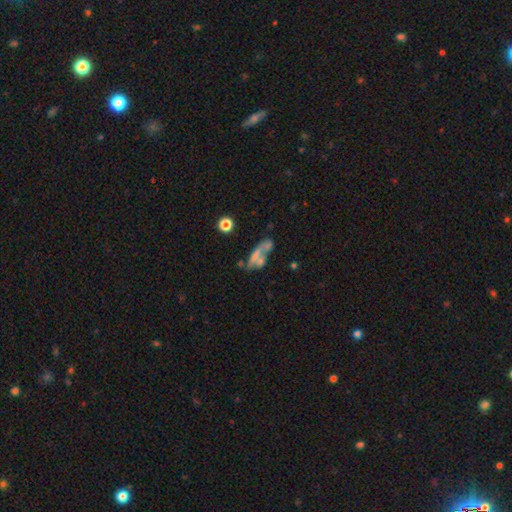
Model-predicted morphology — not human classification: smooth_or_featured: smooth (p=0.45) [alt: featured or disk p=0.41]
merging: merger (p=0.40) [alt: none p=0.26]